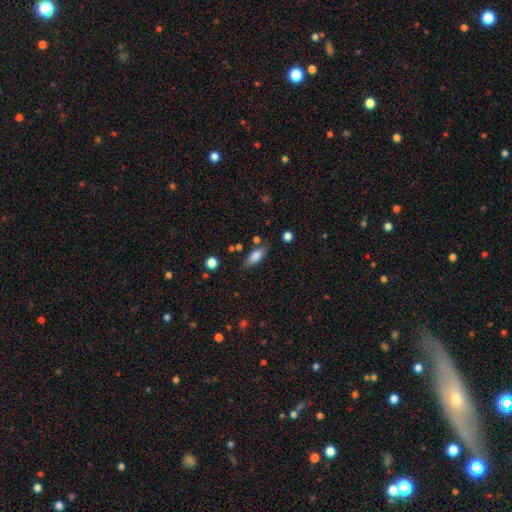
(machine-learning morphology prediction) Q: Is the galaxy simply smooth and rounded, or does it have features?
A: smooth — 79%.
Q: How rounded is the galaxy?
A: in between — 77%.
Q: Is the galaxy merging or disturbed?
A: none — 73%.